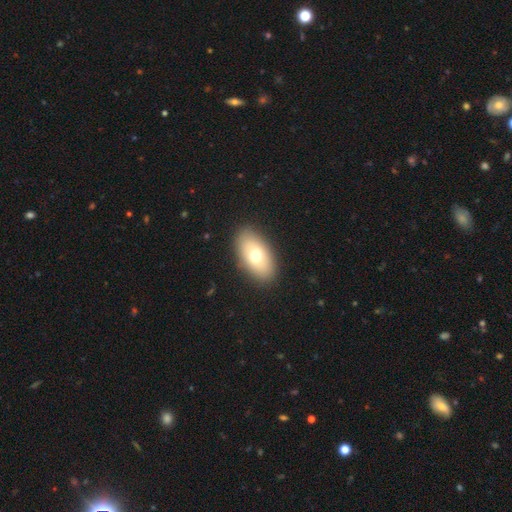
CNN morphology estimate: This is likely a smooth galaxy (69%). How rounded: clearly in between (92%). Merging: clearly none (87%).